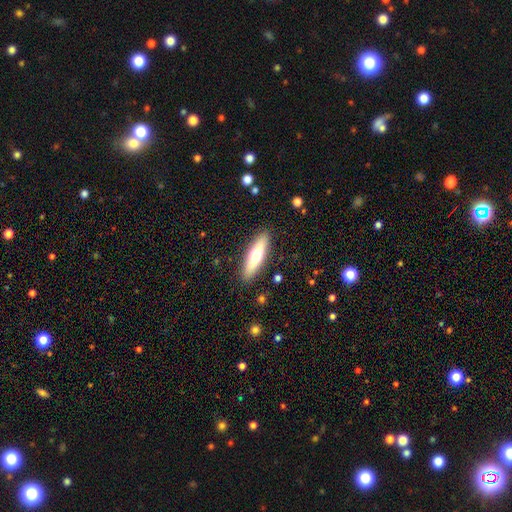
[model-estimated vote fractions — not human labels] This is possibly a smooth galaxy (58%). How rounded: likely cigar-shaped (64%). Merging: clearly none (88%).